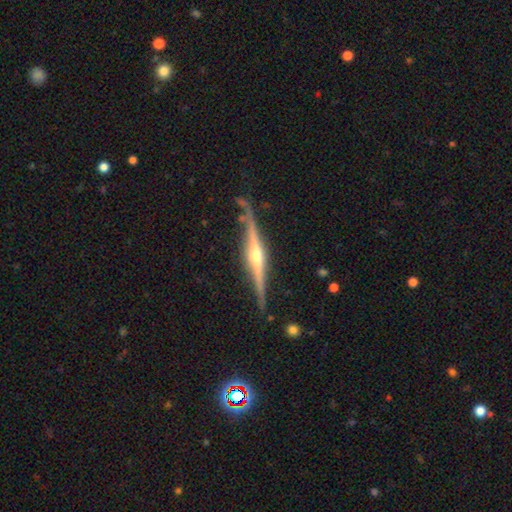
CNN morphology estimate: Q: Smooth or featured?
A: featured or disk (85%); runner-up: smooth (9%)
Q: Edge-on disk?
A: yes (98%); runner-up: no (2%)
Q: Edge-on bulge?
A: rounded (88%); runner-up: none (6%)
Q: Merging?
A: none (83%); runner-up: minor disturbance (12%)